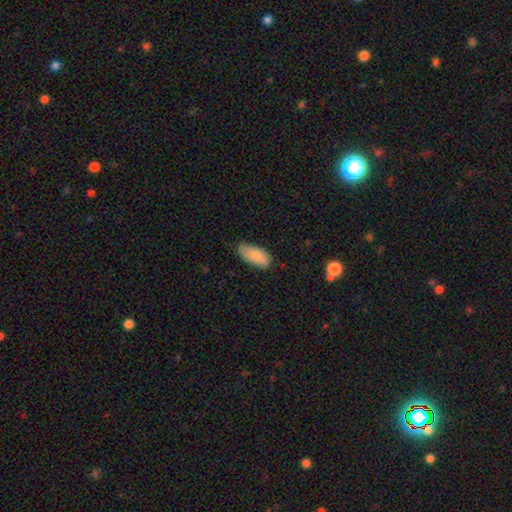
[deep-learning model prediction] smooth 86%, featured or disk 8%, star or artifact 6%. Down the decision tree: how rounded — in between (90%); merging — none (65%).